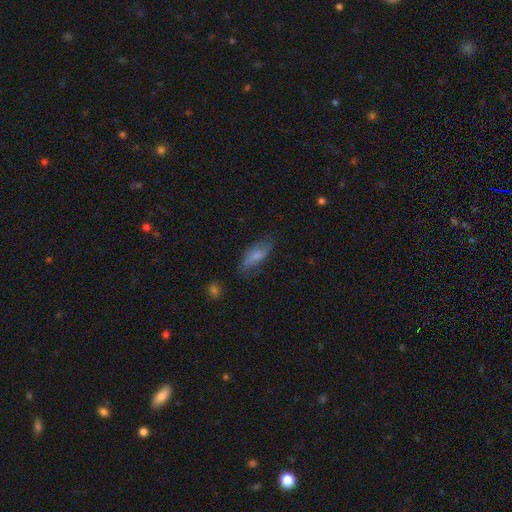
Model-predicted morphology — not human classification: Smooth or featured? smooth (71%)
How rounded? in between (69%)
Merging? none (65%)